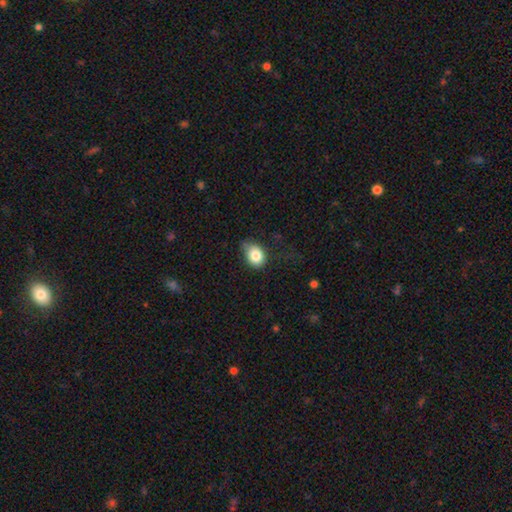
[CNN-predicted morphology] Smooth or featured: smooth — 83% (star or artifact — 9%)
How rounded: in between — 59% (round — 40%)
Merging: none — 49% (minor disturbance — 37%)